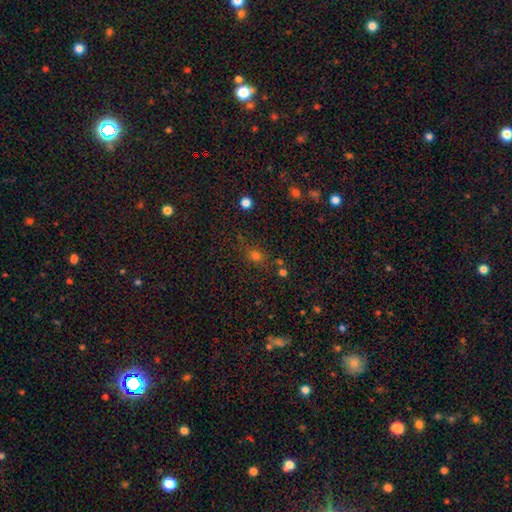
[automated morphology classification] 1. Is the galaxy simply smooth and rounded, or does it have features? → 66% smooth, 27% star or artifact, 7% featured or disk.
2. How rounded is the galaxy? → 66% round, 32% in between, 2% cigar-shaped.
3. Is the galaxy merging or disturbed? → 76% none, 13% minor disturbance, 6% merger, 5% major disturbance.